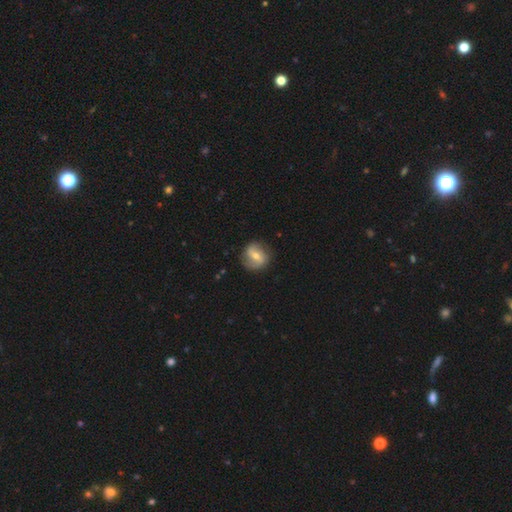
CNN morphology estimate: Smooth or featured? Predicted: featured or disk (p=0.62). Edge-on disk? Predicted: no (p=0.95). Bar? Predicted: weak (p=0.43). Spiral arms? Predicted: yes (p=0.76). Bulge size? Predicted: moderate (p=0.55). Merging? Predicted: none (p=0.82).